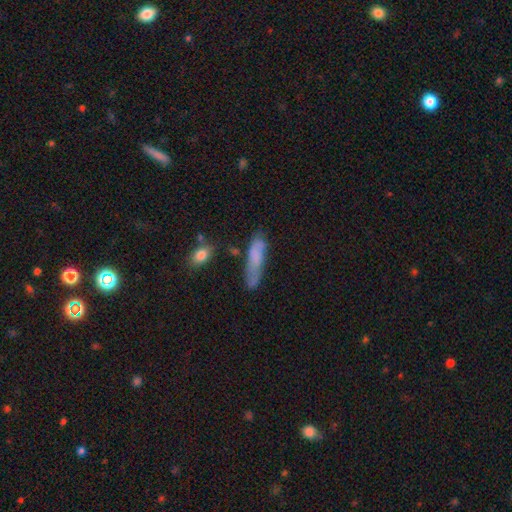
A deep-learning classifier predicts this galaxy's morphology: Smooth or featured: smooth — 68% (featured or disk — 24%)
How rounded: cigar-shaped — 71% (in between — 27%)
Merging: none — 57% (minor disturbance — 27%)